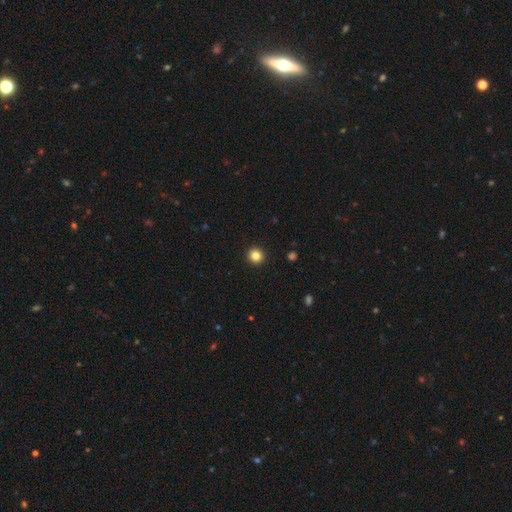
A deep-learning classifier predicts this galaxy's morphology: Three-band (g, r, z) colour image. It shows a smooth galaxy with no disk features (84%) that is round (92%). Merging: none (93%).